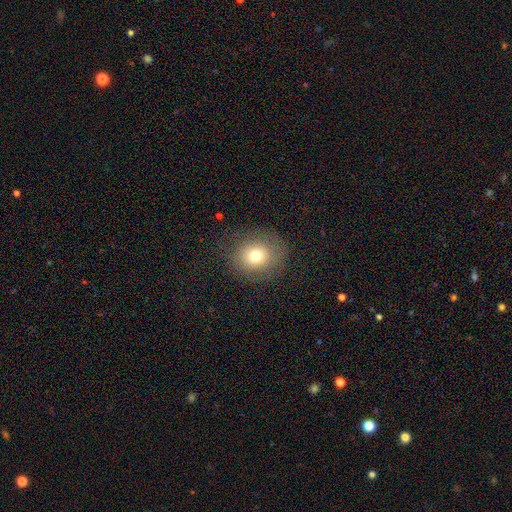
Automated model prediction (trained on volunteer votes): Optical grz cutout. It shows a smooth galaxy with no disk features (73%) that is round (81%). Merging: none (79%).